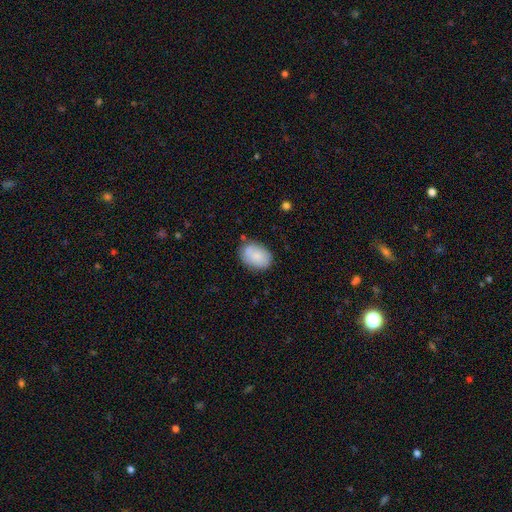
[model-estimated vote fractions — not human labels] A smooth galaxy with no disk features (78%) that is in between round and cigar-shaped (82%). Merging: none (73%).